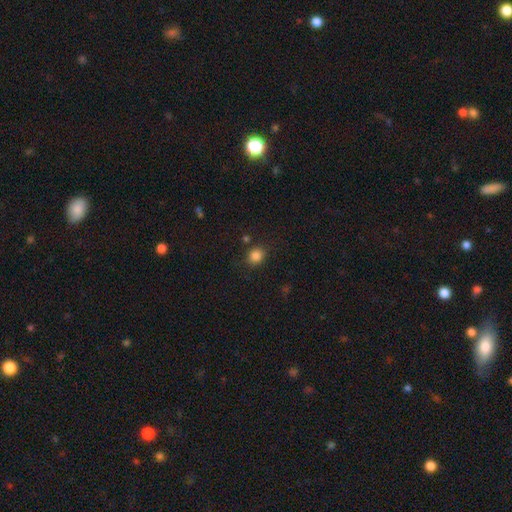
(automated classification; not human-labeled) Smooth or featured? Predicted: smooth (p=0.84). How rounded? Predicted: round (p=0.69). Merging? Predicted: none (p=0.83).